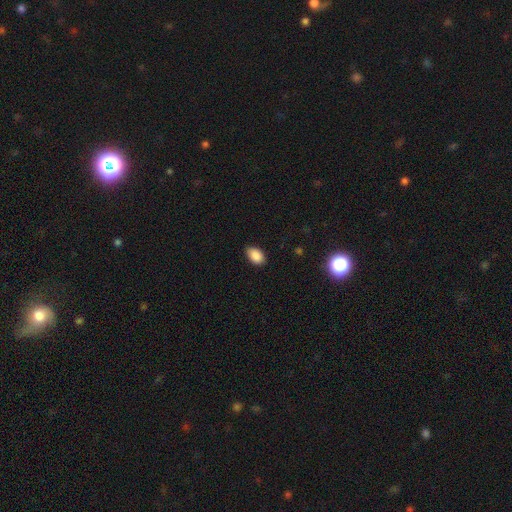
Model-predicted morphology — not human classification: A smooth galaxy with no disk features (89%) that is in between round and cigar-shaped (90%). Merging: none (79%).